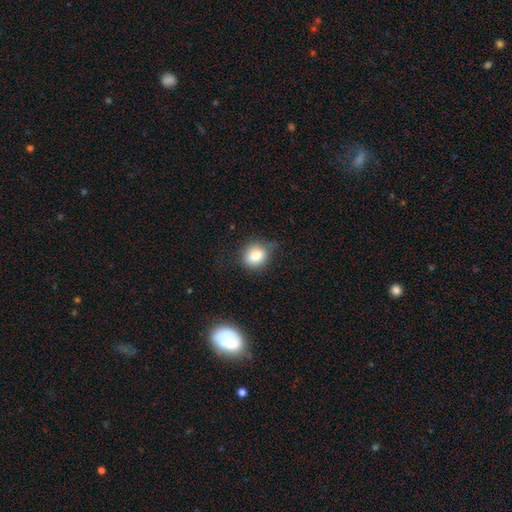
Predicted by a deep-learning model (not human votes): A smooth galaxy with no disk features (79%) that is round (61%). Merging: none (62%).